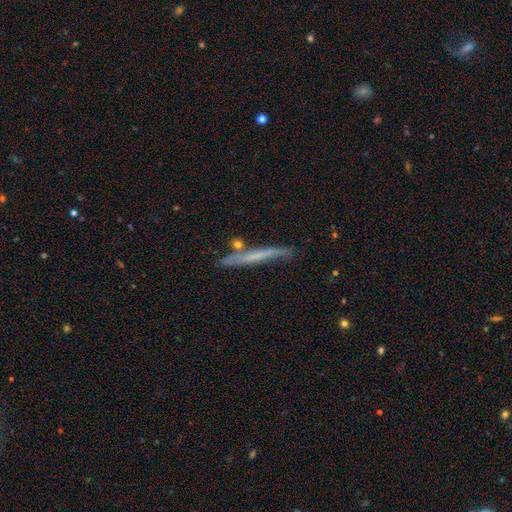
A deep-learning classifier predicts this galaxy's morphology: Smooth or featured? featured or disk (51%)
Edge-on disk? yes (91%)
Merging? none (75%)